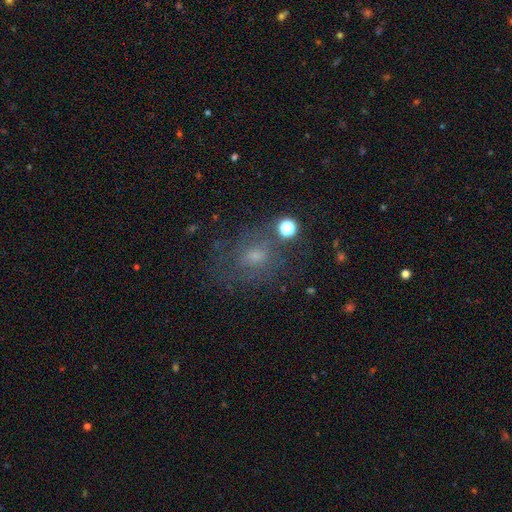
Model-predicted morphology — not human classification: A smooth galaxy with no disk features (44%).

Vote fractions:
- Smooth or featured? smooth: 44% / featured or disk: 36% / star or artifact: 20%
- Merging? none: 61% / minor disturbance: 19% / major disturbance: 15% / merger: 6%